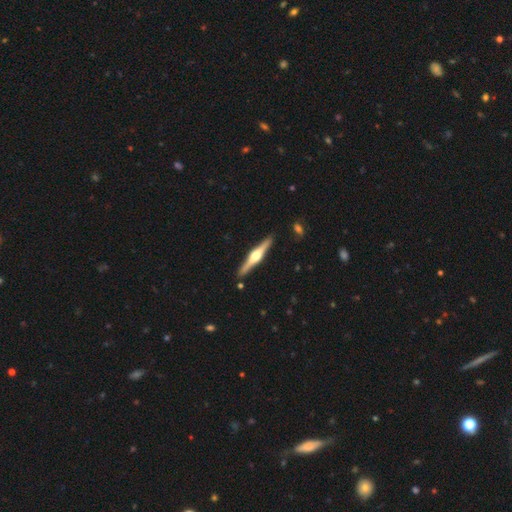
Smooth or featured?
  - featured or disk: 74% *
  - smooth: 23%
  - star or artifact: 3%
Edge-on disk?
  - yes: 97% *
  - no: 3%
Edge-on bulge?
  - rounded: 89% *
  - boxy: 11%
  - none: 0%
Merging?
  - none: 100% *
  - minor disturbance: 0%
  - major disturbance: 0%
  - merger: 0%